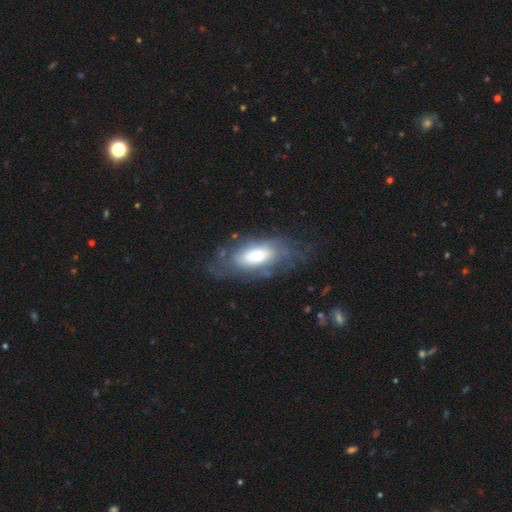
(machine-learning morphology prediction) featured or disk 48%, smooth 45%, star or artifact 7%. Down the decision tree: merging — none (59%).